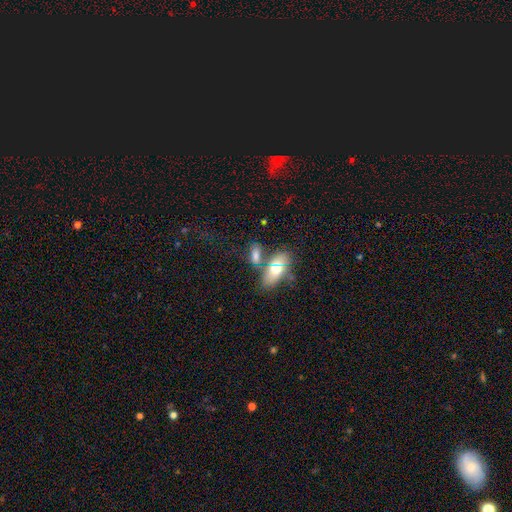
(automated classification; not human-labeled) This is likely a smooth galaxy (70%). How rounded: likely in between (79%). Merging: possibly none (46%).